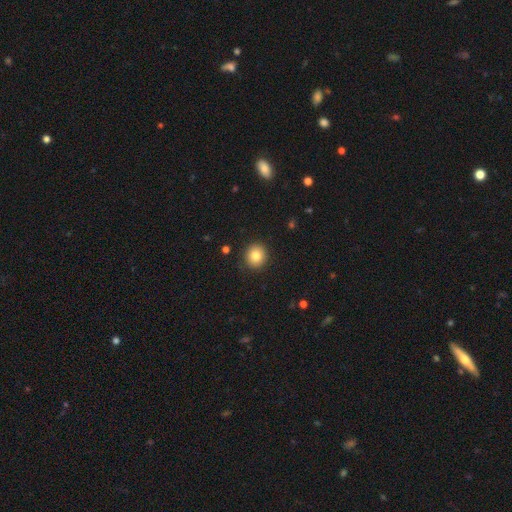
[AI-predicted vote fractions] Q: Smooth or featured?
A: smooth (82%); runner-up: star or artifact (10%)
Q: How rounded?
A: round (89%); runner-up: in between (10%)
Q: Merging?
A: none (91%); runner-up: minor disturbance (6%)